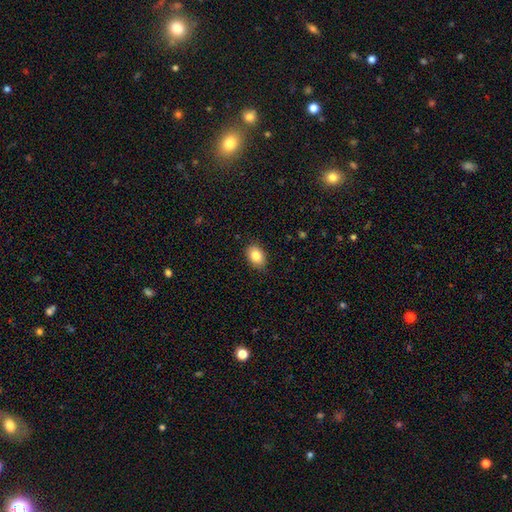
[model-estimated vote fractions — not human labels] The model was most divided on "how rounded": in between: 78%, round: 21%, cigar-shaped: 1%. More confident: merging — none (86%); smooth or featured — smooth (83%).